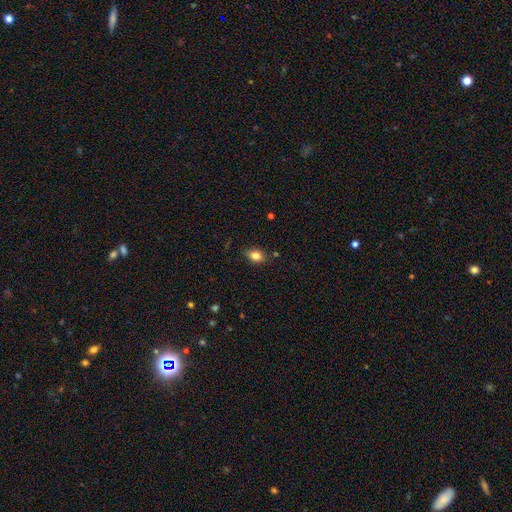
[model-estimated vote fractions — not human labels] This appears to be a smooth galaxy with no disk features (81%) that is in between round and cigar-shaped (75%). Merging: none (82%).